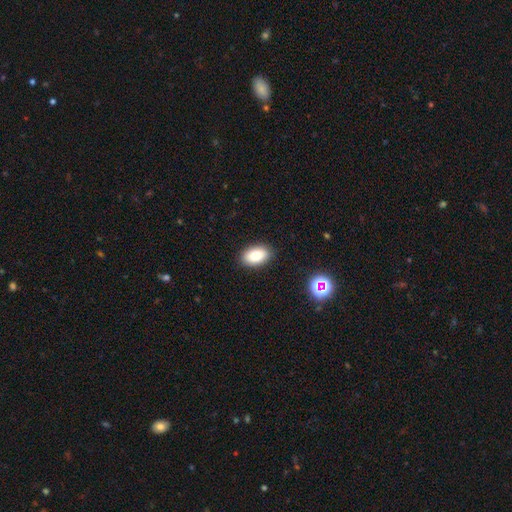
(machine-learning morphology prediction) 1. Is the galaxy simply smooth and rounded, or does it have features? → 83% smooth, 8% star or artifact, 8% featured or disk.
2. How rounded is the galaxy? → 92% in between, 7% round, 2% cigar-shaped.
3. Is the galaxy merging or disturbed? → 88% none, 8% minor disturbance, 2% major disturbance, 1% merger.